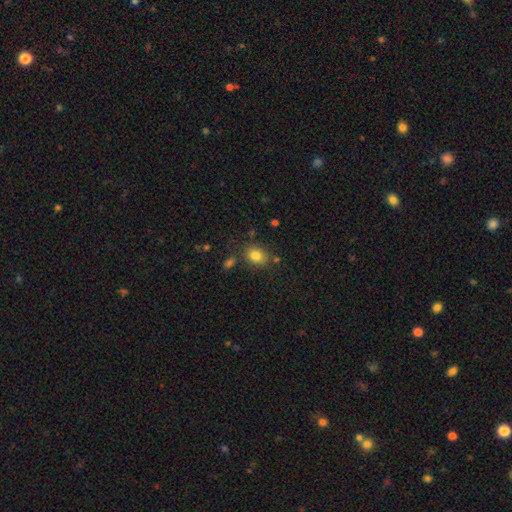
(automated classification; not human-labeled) This appears to be a smooth galaxy with no disk features (81%) that is in between round and cigar-shaped (54%). Merging: none (76%).